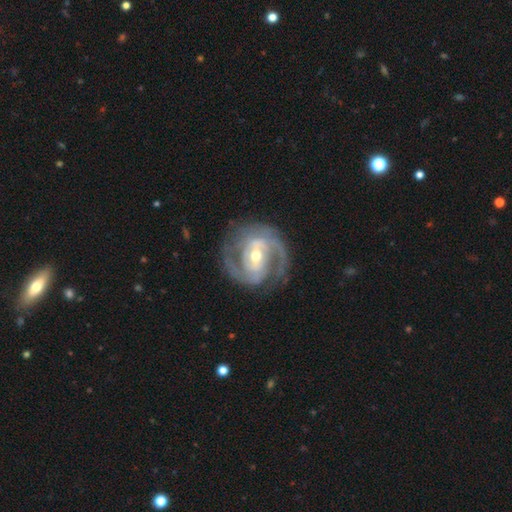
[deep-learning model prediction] The model was most divided on "spiral winding": medium: 46%, tight: 45%, loose: 9%. Remaining: edge-on disk — no (97%); spiral arms — yes (97%); smooth or featured — featured or disk (91%); merging — none (77%); spiral arm count — 2 (75%); bulge size — moderate (61%); bar — weak (40%).